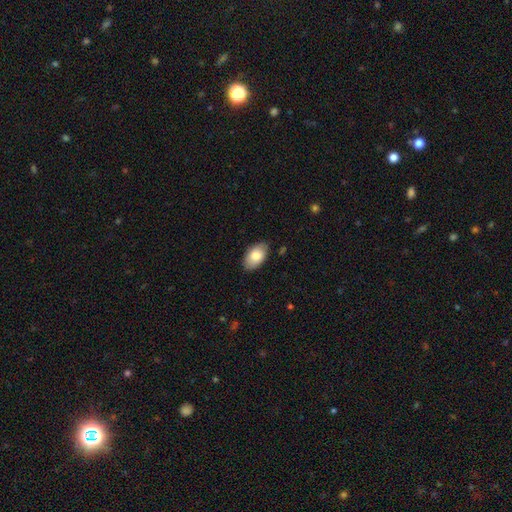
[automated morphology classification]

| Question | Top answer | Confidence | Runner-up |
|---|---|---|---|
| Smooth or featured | smooth | 81% | featured or disk (12%) |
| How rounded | in between | 94% | round (5%) |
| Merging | none | 85% | minor disturbance (12%) |